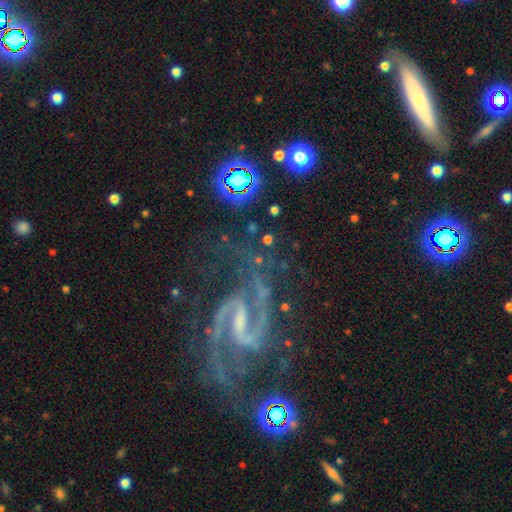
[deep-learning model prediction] Morphology: type=featured or disk (89%); edge-on=no (95%); bar=strong (43%); spiral arms=yes (98%); winding=medium (58%); arm count=2 (92%); bulge=small (61%); merging=none (69%).